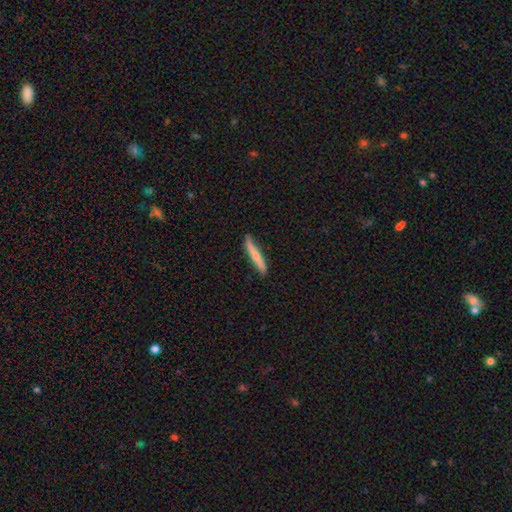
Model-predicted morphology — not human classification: Overall: smooth (58%; featured or disk 37%). How rounded: cigar-shaped (93%). Merging: none (84%).